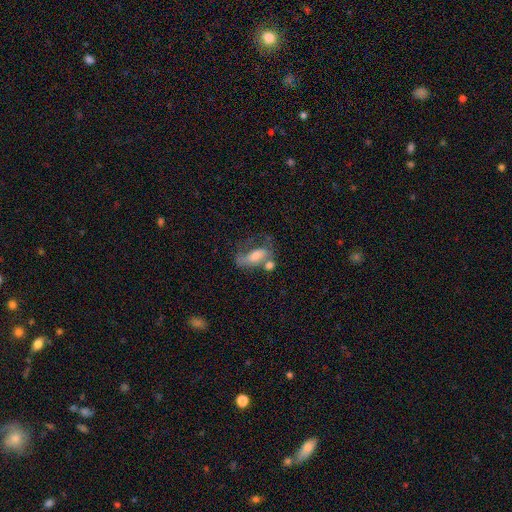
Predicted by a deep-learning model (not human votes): Overall: smooth (53%; featured or disk 37%). How rounded: in between (75%). Merging: none (33%; major disturbance 27%).